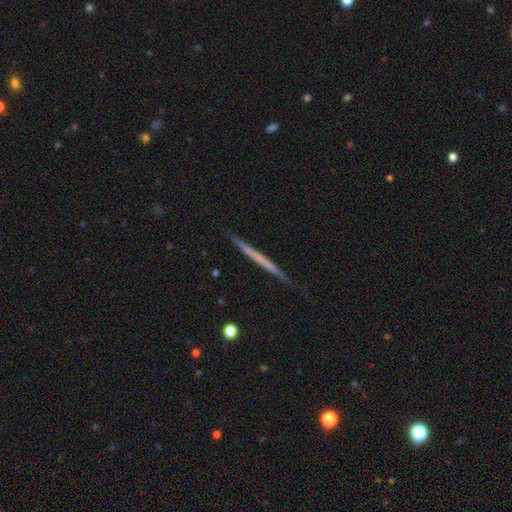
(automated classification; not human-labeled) Morphology: type=featured or disk (53%); edge-on=yes (98%); edge-on bulge=none (94%); merging=none (88%).